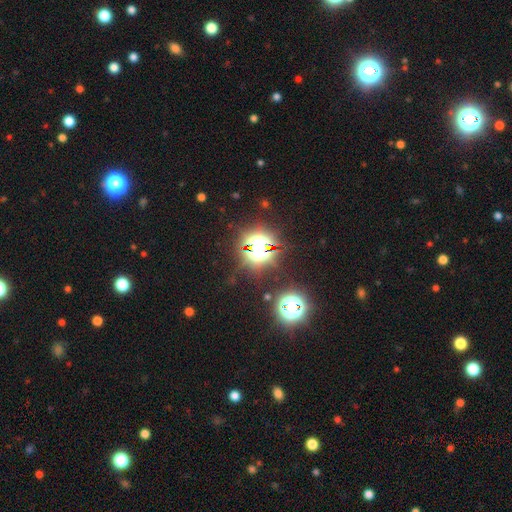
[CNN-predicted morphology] This is likely a star or artifact rather than a galaxy (75%).